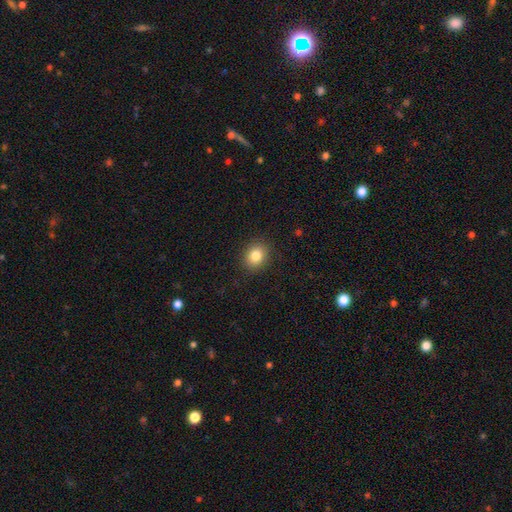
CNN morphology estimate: This appears to be a smooth galaxy with no disk features (84%) that is round (61%). Merging: none (90%).